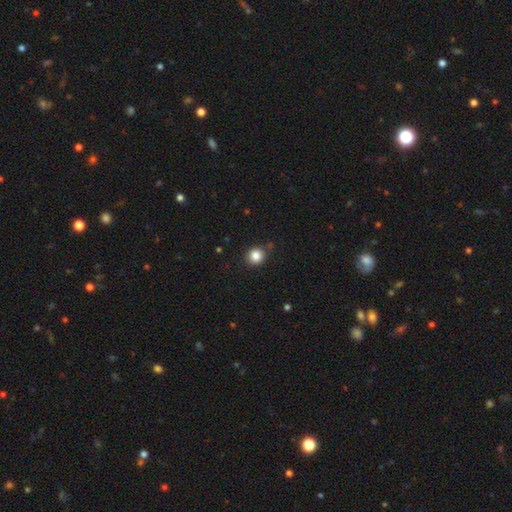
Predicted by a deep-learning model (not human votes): Smooth or featured? Predicted: smooth (p=0.84). How rounded? Predicted: round (p=0.91). Merging? Predicted: none (p=0.87).